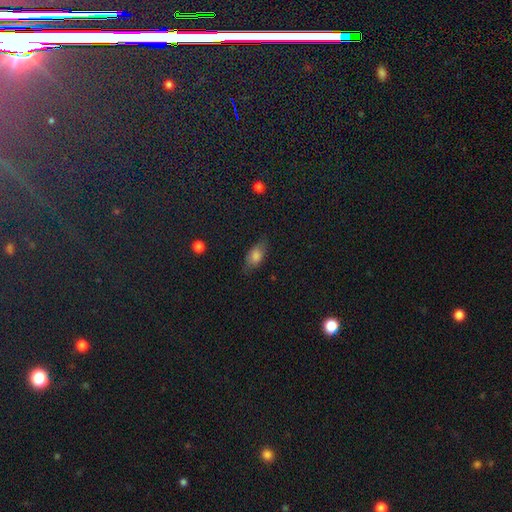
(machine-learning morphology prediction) Smooth or featured: smooth — 74% (featured or disk — 16%)
How rounded: in between — 84% (cigar-shaped — 10%)
Merging: none — 77% (minor disturbance — 17%)